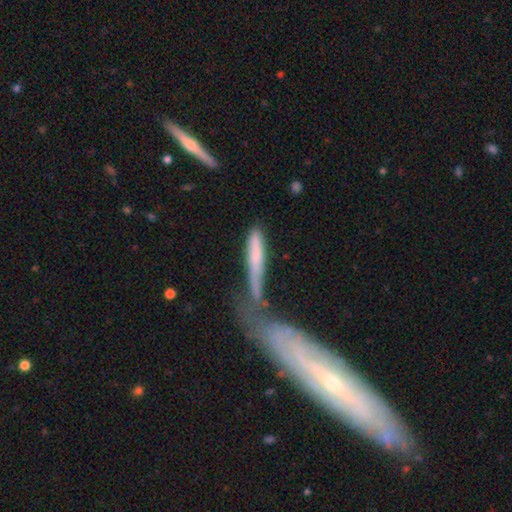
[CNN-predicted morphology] This is likely a smooth galaxy (62%). How rounded: clearly cigar-shaped (87%). Merging: marginally merger (36%).